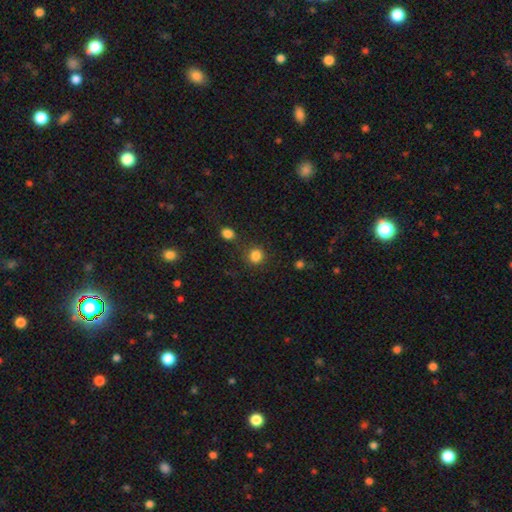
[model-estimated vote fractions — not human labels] This is clearly a smooth galaxy (84%). How rounded: clearly round (90%). Merging: clearly none (80%).